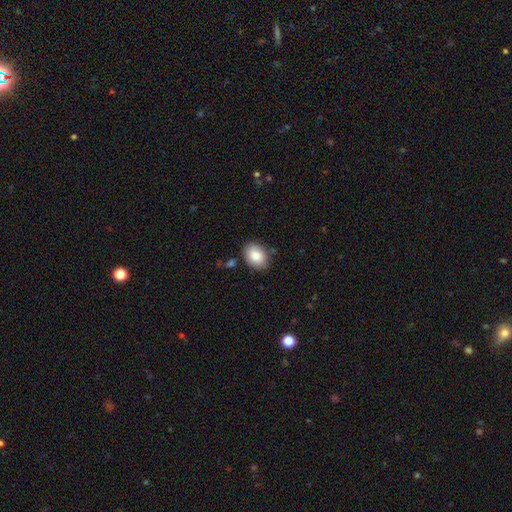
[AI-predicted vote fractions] Smooth or featured? smooth (86%)
How rounded? in between (79%)
Merging? none (81%)